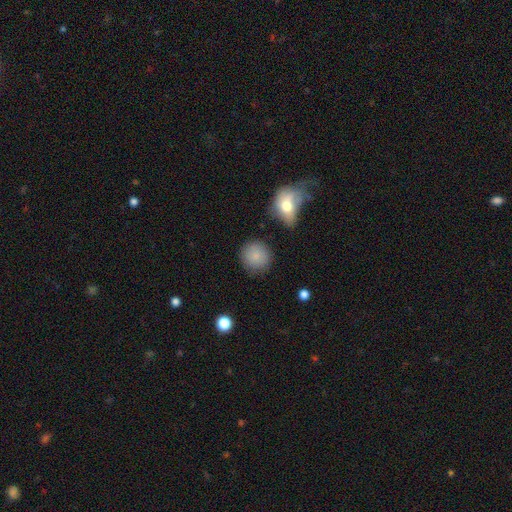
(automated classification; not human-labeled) The model was most divided on "merging": none: 83%, minor disturbance: 10%, merger: 4%, major disturbance: 3%. More confident: how rounded — round (90%); smooth or featured — smooth (85%).